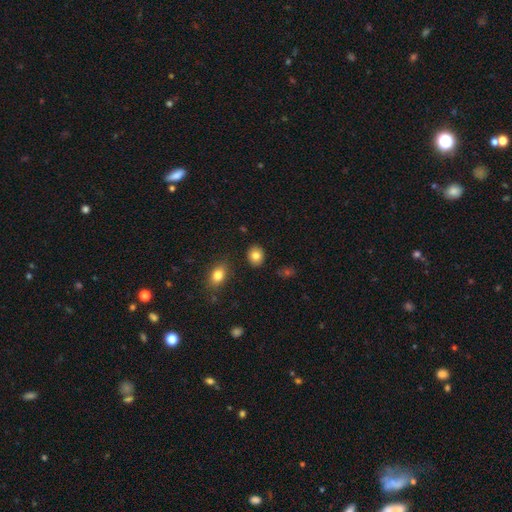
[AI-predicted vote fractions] The model was most divided on "how rounded": round: 58%, in between: 41%, cigar-shaped: 1%. More confident: merging — none (88%); smooth or featured — smooth (82%).